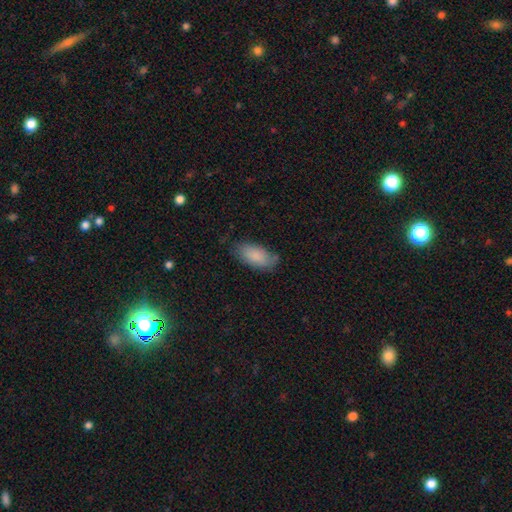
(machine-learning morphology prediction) Smooth or featured: smooth — 87% (featured or disk — 7%)
How rounded: in between — 91% (cigar-shaped — 7%)
Merging: none — 74% (minor disturbance — 20%)